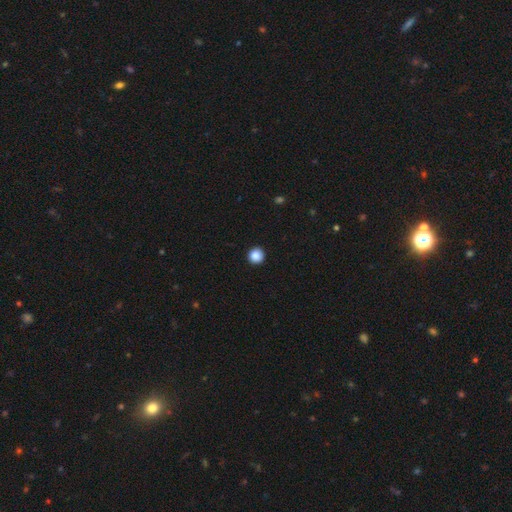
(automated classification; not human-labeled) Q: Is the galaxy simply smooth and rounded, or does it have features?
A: smooth — 88%.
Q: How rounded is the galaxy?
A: round — 95%.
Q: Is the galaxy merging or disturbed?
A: none — 93%.